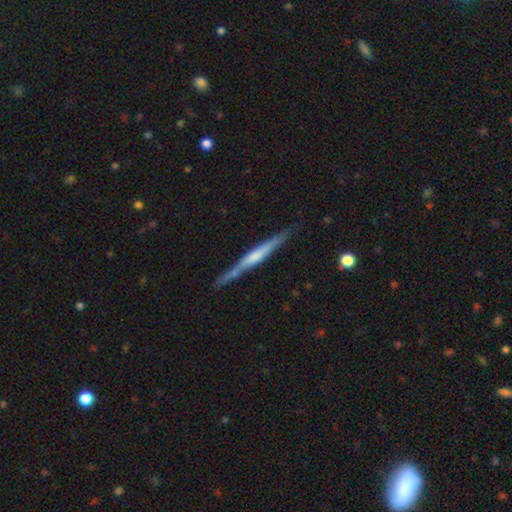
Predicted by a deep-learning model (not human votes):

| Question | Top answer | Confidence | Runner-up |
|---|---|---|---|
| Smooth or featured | featured or disk | 61% | smooth (33%) |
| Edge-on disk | yes | 97% | no (3%) |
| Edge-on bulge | none | 40% | rounded (32%) |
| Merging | none | 83% | minor disturbance (12%) |